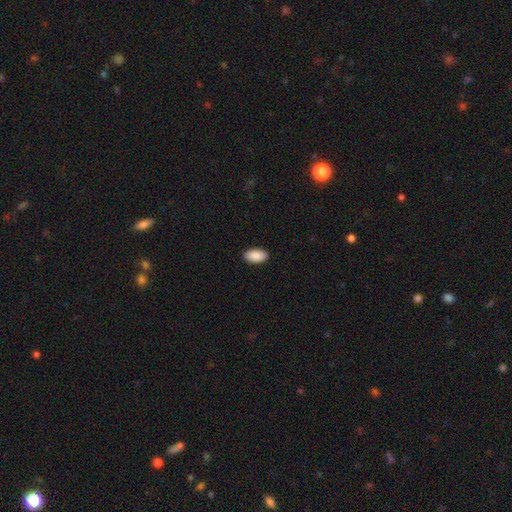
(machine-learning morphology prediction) Smooth or featured? smooth (91%)
How rounded? in between (95%)
Merging? none (90%)